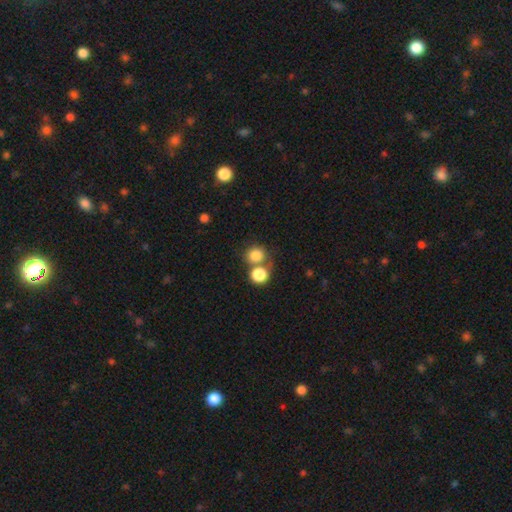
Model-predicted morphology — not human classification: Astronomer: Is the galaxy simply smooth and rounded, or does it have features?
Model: smooth — 81%.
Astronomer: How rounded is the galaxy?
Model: round — 83%.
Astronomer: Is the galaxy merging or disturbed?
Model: none — 52% (runner-up: merger, 36%).